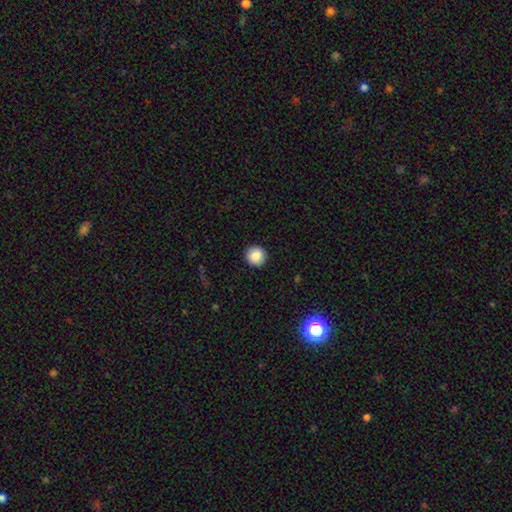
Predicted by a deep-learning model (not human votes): A smooth galaxy with no disk features (87%) that is round (94%). Merging: none (92%).